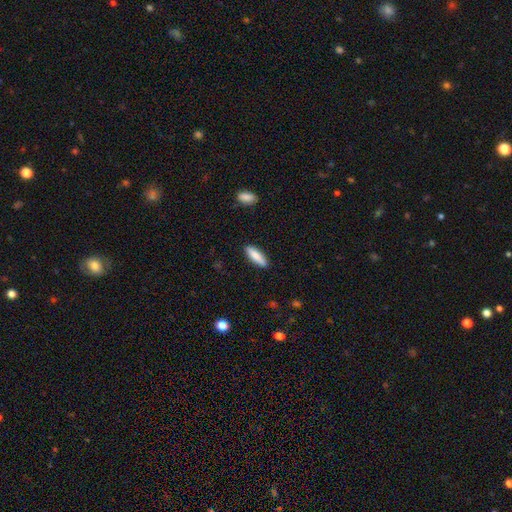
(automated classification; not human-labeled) This appears to be a smooth galaxy with no disk features (82%) that is cigar-shaped (58%). Merging: none (88%).